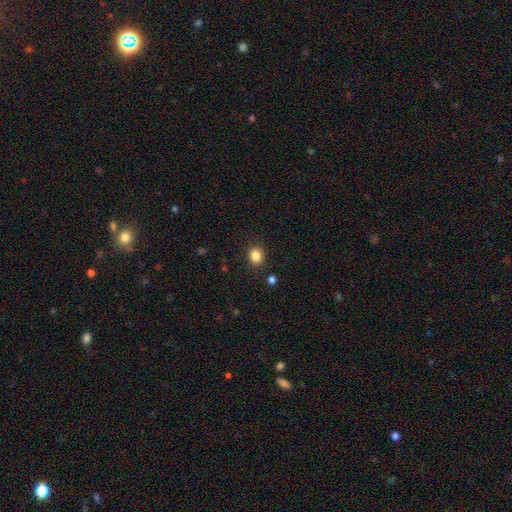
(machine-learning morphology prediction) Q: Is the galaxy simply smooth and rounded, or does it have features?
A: smooth — 85%.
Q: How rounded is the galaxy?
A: round — 62%.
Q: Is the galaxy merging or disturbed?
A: none — 87%.